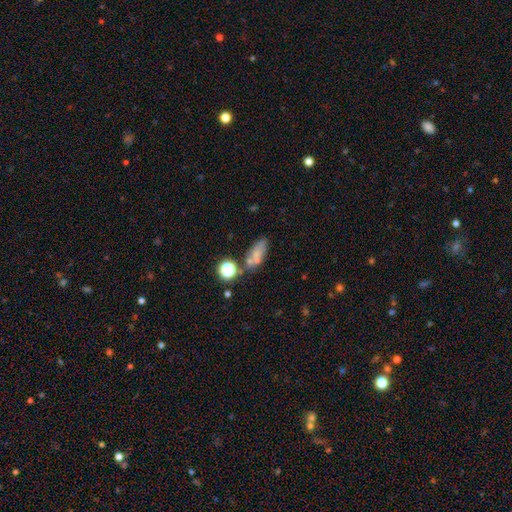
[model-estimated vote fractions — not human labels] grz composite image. It shows a smooth galaxy with no disk features (65%) that is in between round and cigar-shaped (72%). Merging: none (51%).